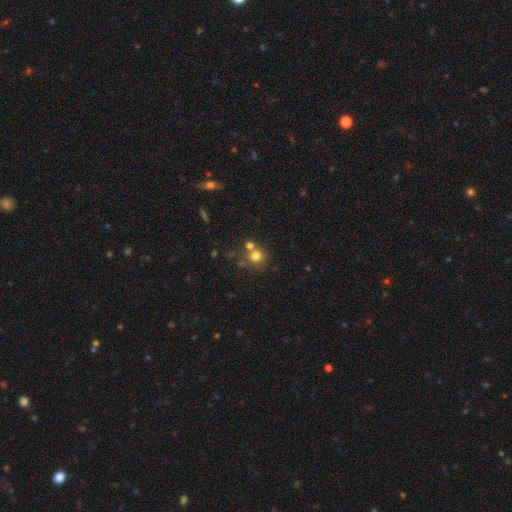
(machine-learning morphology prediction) Q: Smooth or featured?
A: smooth (73%); runner-up: star or artifact (15%)
Q: How rounded?
A: round (88%); runner-up: in between (12%)
Q: Merging?
A: none (56%); runner-up: merger (31%)